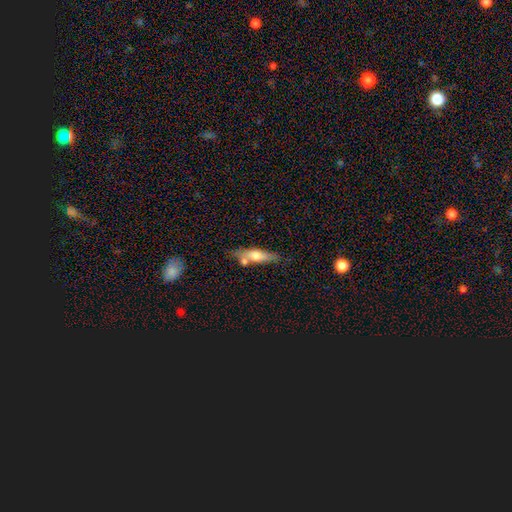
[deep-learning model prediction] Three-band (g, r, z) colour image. It shows a smooth galaxy with no disk features (56%) that is cigar-shaped (64%). Merging: none (59%).